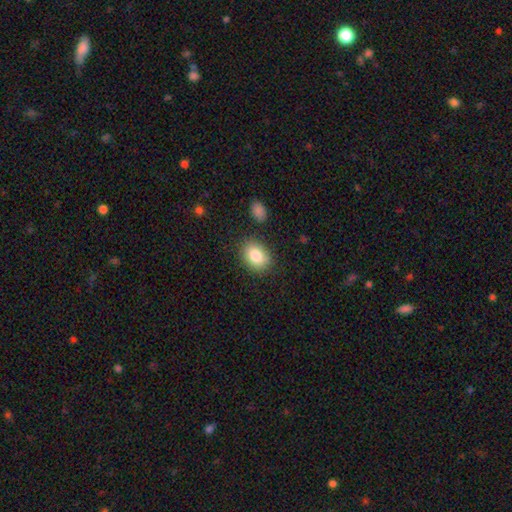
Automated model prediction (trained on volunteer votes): A smooth galaxy with no disk features (83%) that is in between round and cigar-shaped (68%). Merging: none (83%).